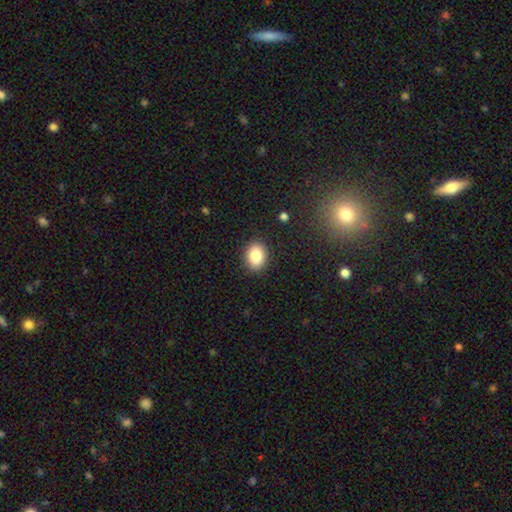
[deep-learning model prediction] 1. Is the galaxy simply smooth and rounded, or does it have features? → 85% smooth, 9% star or artifact, 6% featured or disk.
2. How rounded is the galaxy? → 64% in between, 35% round, 1% cigar-shaped.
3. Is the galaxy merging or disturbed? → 89% none, 8% minor disturbance, 2% major disturbance, 1% merger.